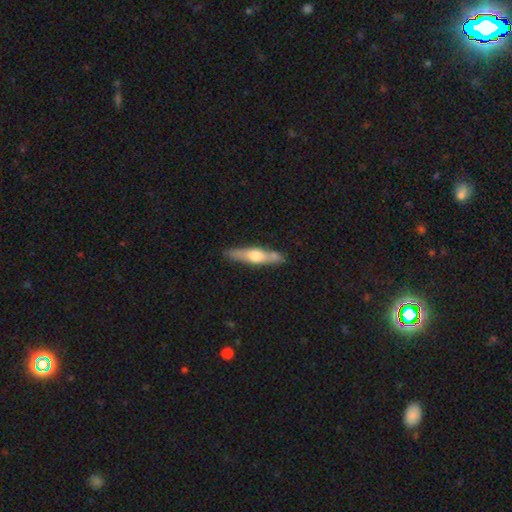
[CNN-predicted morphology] The model was most divided on "smooth or featured": featured or disk: 53%, smooth: 41%, star or artifact: 5%. More confident: edge-on disk — yes (90%); merging — none (80%).